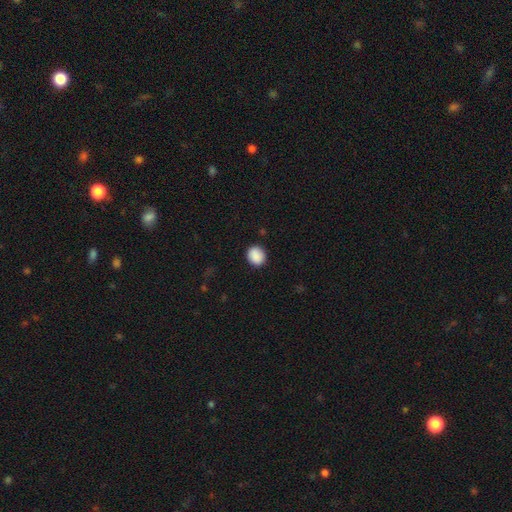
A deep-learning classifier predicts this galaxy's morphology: smooth_or_featured: smooth (p=0.90) [alt: star or artifact p=0.08]
how_rounded: round (p=0.70) [alt: in between p=0.30]
merging: none (p=0.89) [alt: minor disturbance p=0.08]